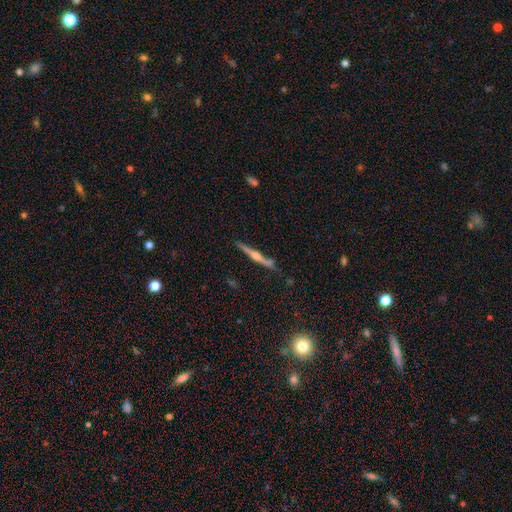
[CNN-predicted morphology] smooth_or_featured: featured or disk (p=0.74) [alt: smooth p=0.19]
disk_edge_on: yes (p=0.98) [alt: no p=0.02]
edge_on_bulge: rounded (p=0.84) [alt: none p=0.08]
merging: none (p=0.82) [alt: minor disturbance p=0.13]